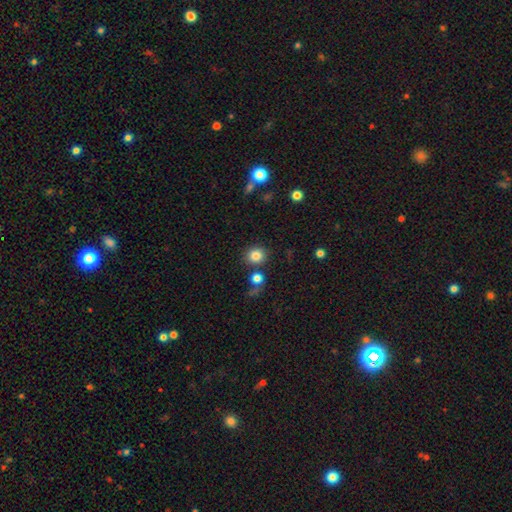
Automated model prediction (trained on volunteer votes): A smooth galaxy with no disk features (82%) that is round (85%). Merging: none (80%).